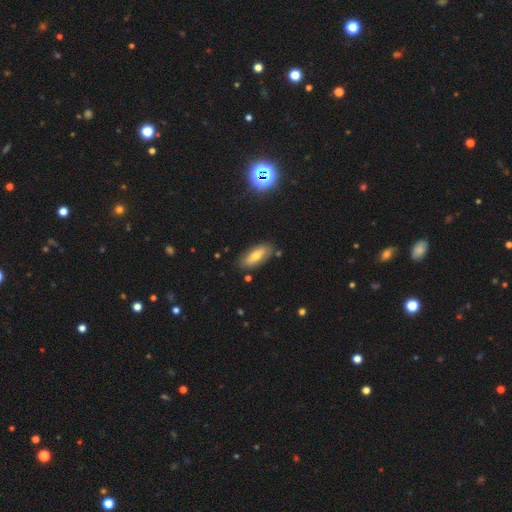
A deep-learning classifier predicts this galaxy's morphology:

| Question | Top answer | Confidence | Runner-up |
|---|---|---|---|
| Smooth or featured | smooth | 61% | featured or disk (30%) |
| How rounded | in between | 71% | cigar-shaped (26%) |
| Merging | none | 83% | minor disturbance (12%) |